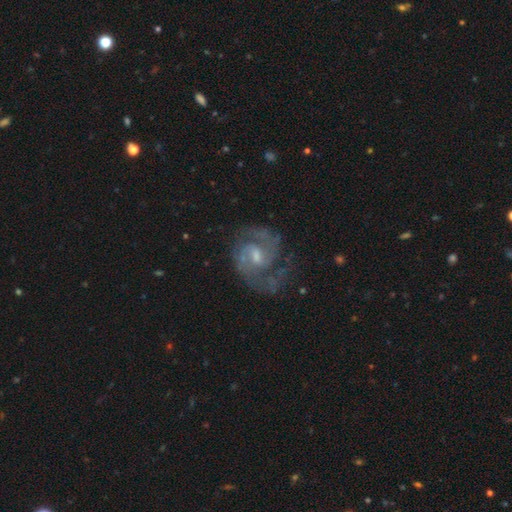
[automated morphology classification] A featured or disk galaxy (89%) with a weak bar (61%), 2 (80%) medium (54%) spiral arms (97%) and a moderate central bulge (45%).

Vote fractions:
- Smooth or featured? featured or disk: 89% / smooth: 6% / star or artifact: 5%
- Edge-on disk? no: 98% / yes: 2%
- Bar? weak: 61% / no: 28% / strong: 11%
- Spiral arms? yes: 97% / no: 3%
- Spiral winding? medium: 54% / tight: 32% / loose: 14%
- Spiral arm count? 2: 80% / can't tell: 7% / 3: 6% / 1: 3% / 4: 2% / more than 4: 2%
- Bulge size? moderate: 45% / small: 43% / none: 7% / large: 3% / dominant: 1%
- Merging? none: 65% / minor disturbance: 19% / major disturbance: 14% / merger: 2%